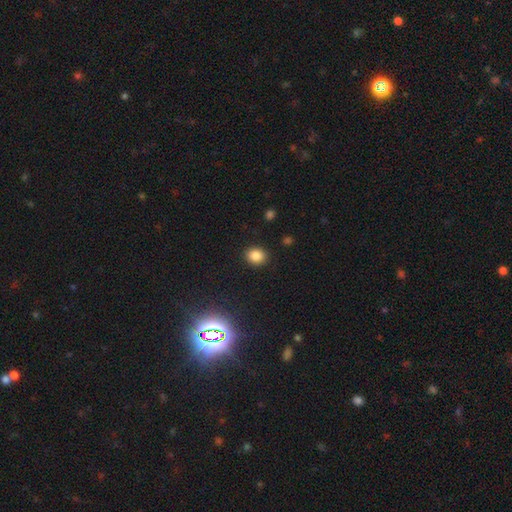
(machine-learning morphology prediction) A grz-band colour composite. It shows a smooth galaxy with no disk features (84%) that is round (66%). Merging: none (90%).